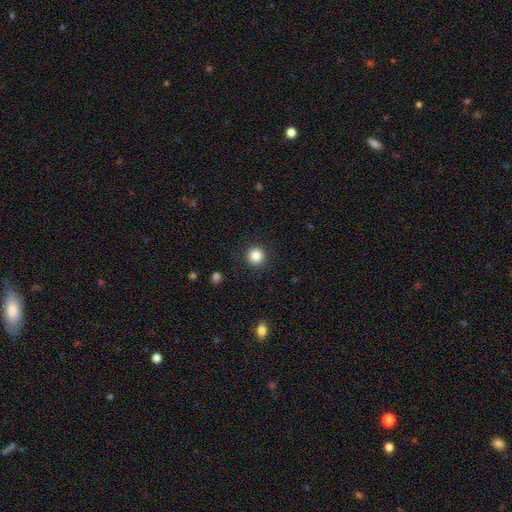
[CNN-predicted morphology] type=smooth (85%); roundness=round (95%); merging=none (91%).